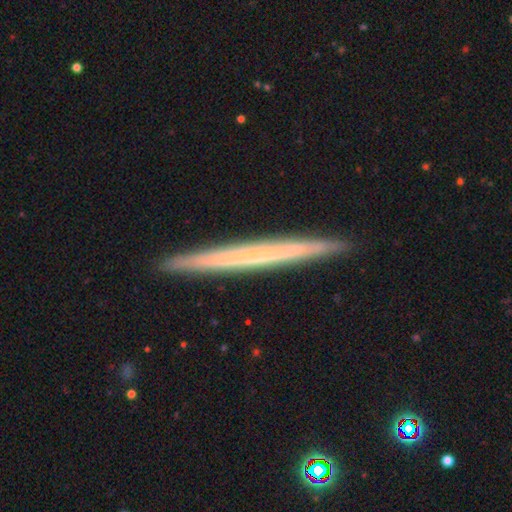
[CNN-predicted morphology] This is possibly a featured or disk galaxy (58%). It is clearly viewed edge-on (97%). Edge-on bulge: clearly none (91%). Merging: clearly none (92%).